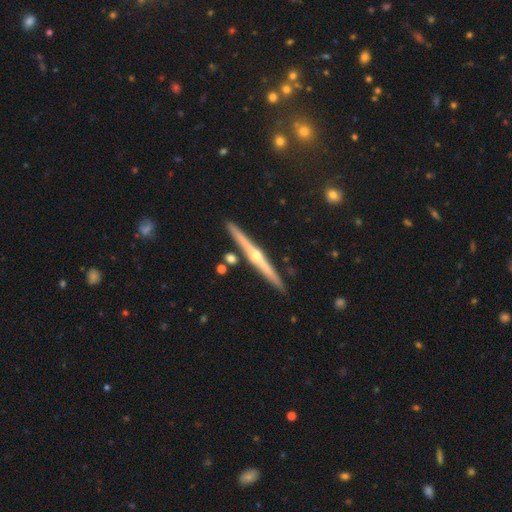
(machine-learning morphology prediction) A featured or disk galaxy (81%) viewed edge-on (98%) with a rounded central bulge (89%). Merging: none (90%).